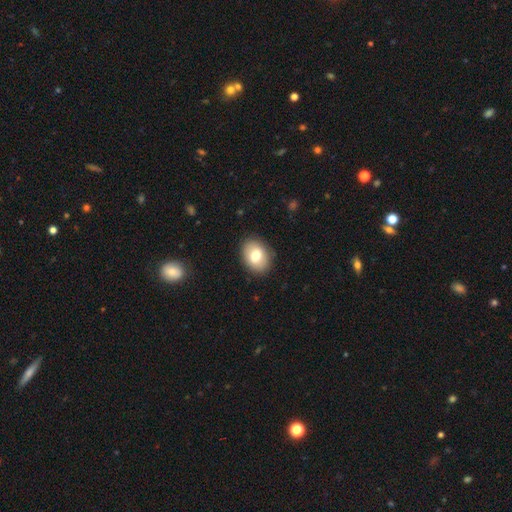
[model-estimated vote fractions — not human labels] A smooth galaxy with no disk features (76%) that is in between round and cigar-shaped (71%). Merging: none (87%).